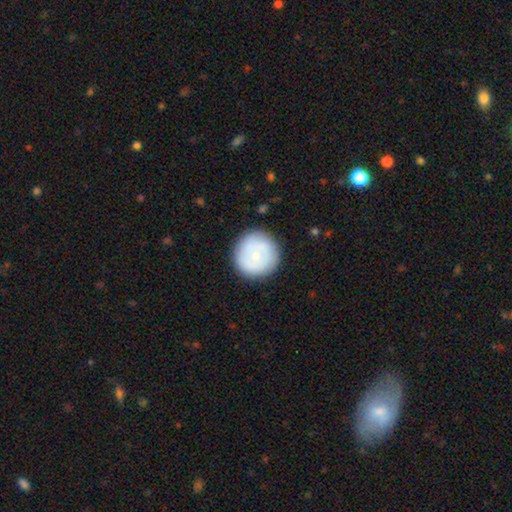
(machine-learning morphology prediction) Q: Smooth or featured?
A: smooth (62%); runner-up: featured or disk (32%)
Q: How rounded?
A: round (95%); runner-up: in between (4%)
Q: Merging?
A: none (87%); runner-up: minor disturbance (9%)